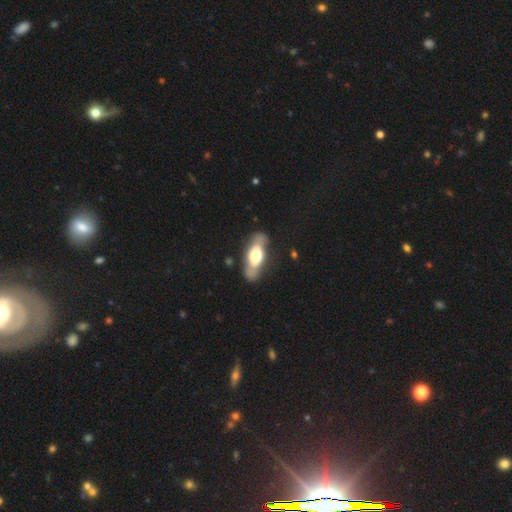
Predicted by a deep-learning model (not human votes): Morphology: type=smooth (48%); merging=none (71%).